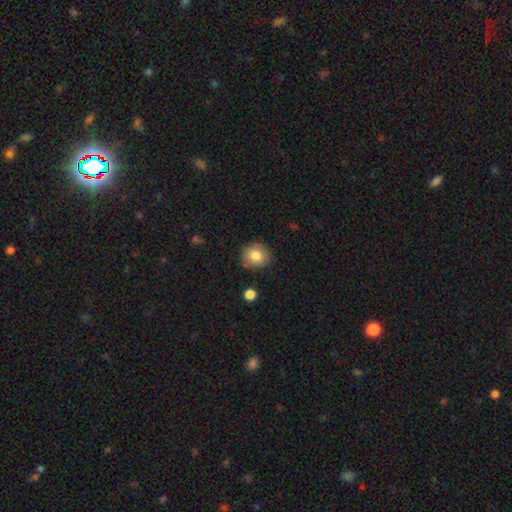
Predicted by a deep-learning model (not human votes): The model was most divided on "how rounded": round: 83%, in between: 16%, cigar-shaped: 1%. More confident: merging — none (84%); smooth or featured — smooth (82%).